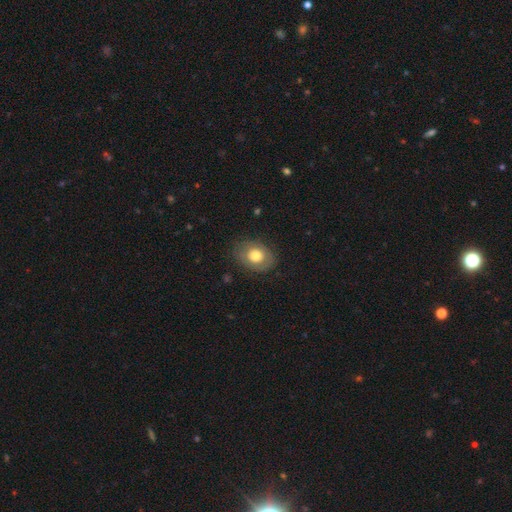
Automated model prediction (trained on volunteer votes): Smooth or featured?
  - smooth: 64% *
  - featured or disk: 28%
  - star or artifact: 8%
How rounded?
  - in between: 61% *
  - round: 38%
  - cigar-shaped: 1%
Merging?
  - none: 75% *
  - minor disturbance: 17%
  - major disturbance: 6%
  - merger: 1%